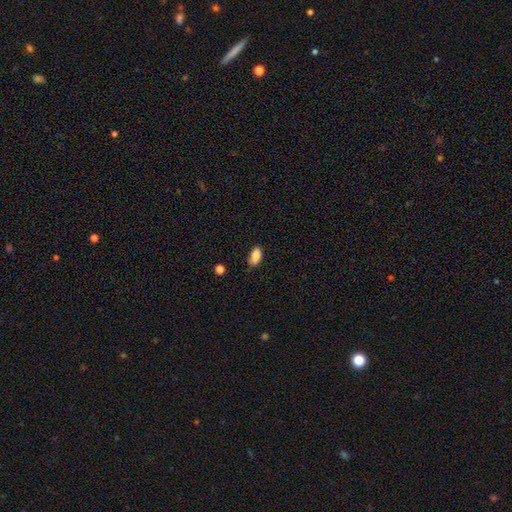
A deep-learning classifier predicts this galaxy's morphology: smooth-or-featured: smooth: 84% | featured or disk: 8% | star or artifact: 8%
  how-rounded: in between: 89% | cigar-shaped: 7% | round: 4%
  merging: none: 71% | minor disturbance: 23% | major disturbance: 4% | merger: 2%